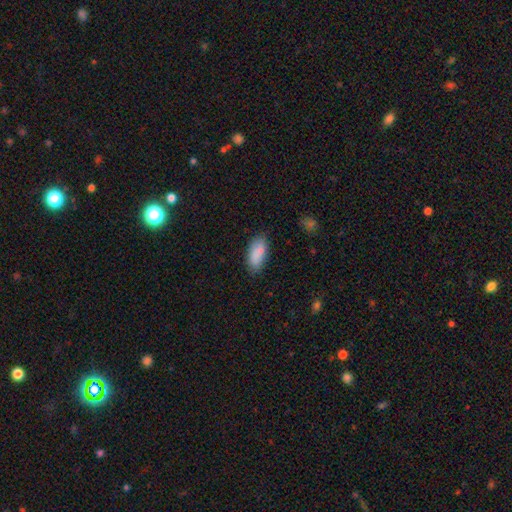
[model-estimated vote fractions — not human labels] Smooth or featured: smooth — 86% (featured or disk — 7%)
How rounded: in between — 88% (cigar-shaped — 10%)
Merging: none — 78% (minor disturbance — 16%)